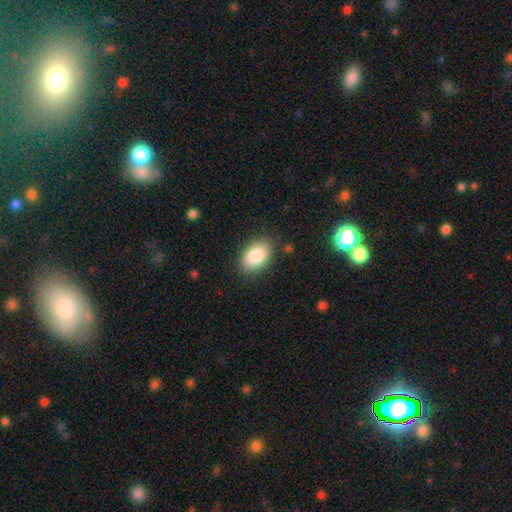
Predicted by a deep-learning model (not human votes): This appears to be a smooth galaxy with no disk features (87%) that is in between round and cigar-shaped (89%). Merging: none (85%).